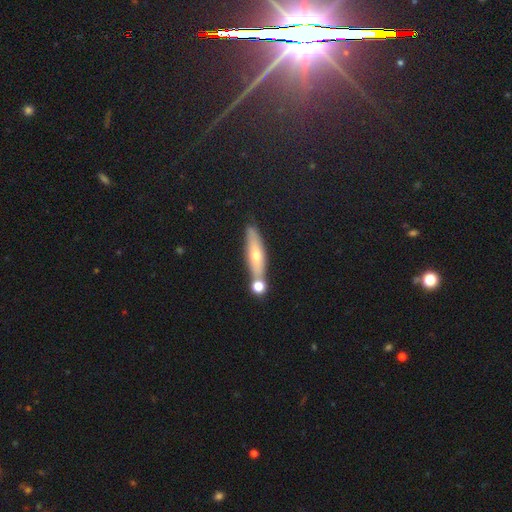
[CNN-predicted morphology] This is marginally a featured or disk galaxy (45%). Merging: likely none (75%).